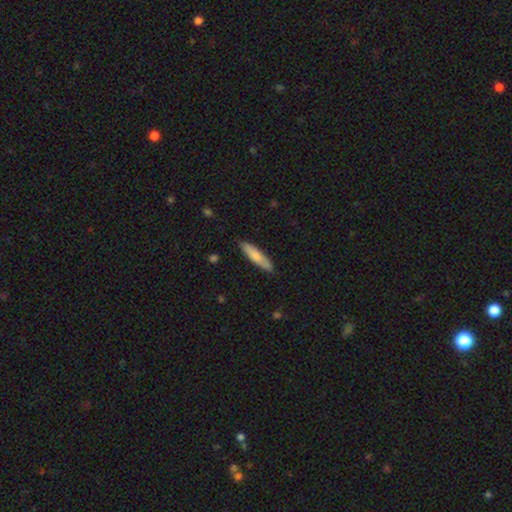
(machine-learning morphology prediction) A smooth galaxy with no disk features (76%) that is cigar-shaped (77%). Merging: none (86%).